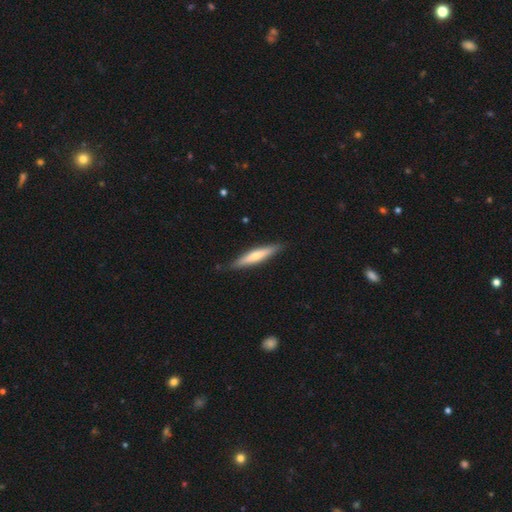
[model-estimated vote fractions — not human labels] This appears to be a smooth galaxy with no disk features (54%) that is cigar-shaped (89%). Merging: none (87%).